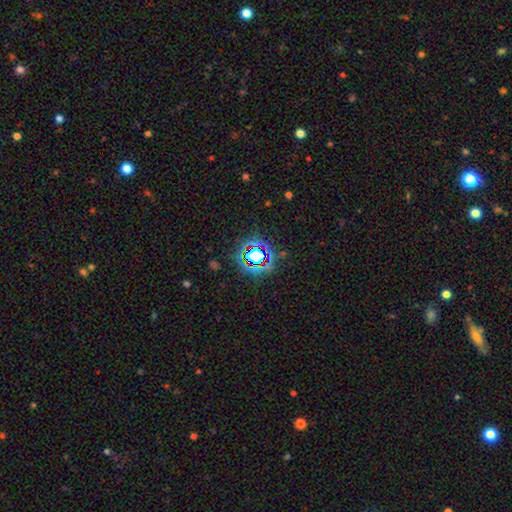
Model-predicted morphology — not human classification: The model was most divided on "smooth or featured": star or artifact: 69%, smooth: 19%, featured or disk: 12%.